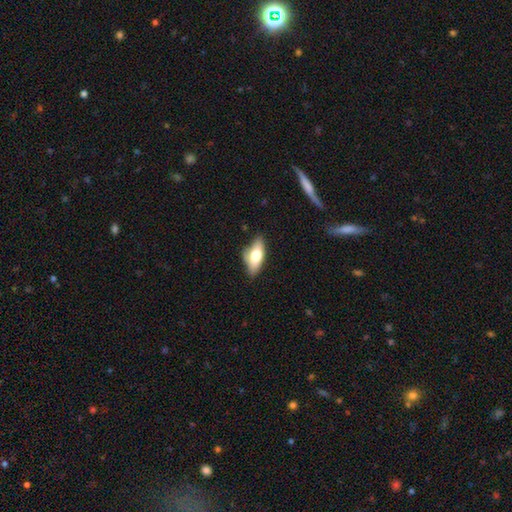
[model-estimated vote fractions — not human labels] Smooth or featured: smooth — 64% (featured or disk — 29%)
How rounded: in between — 81% (cigar-shaped — 15%)
Merging: none — 65% (minor disturbance — 26%)